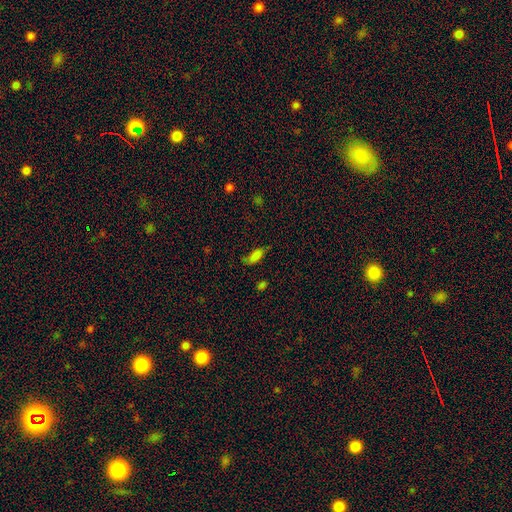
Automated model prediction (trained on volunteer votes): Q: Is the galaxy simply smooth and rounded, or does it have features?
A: smooth — 79%.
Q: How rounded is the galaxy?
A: in between — 80%.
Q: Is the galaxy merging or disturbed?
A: none — 62%.